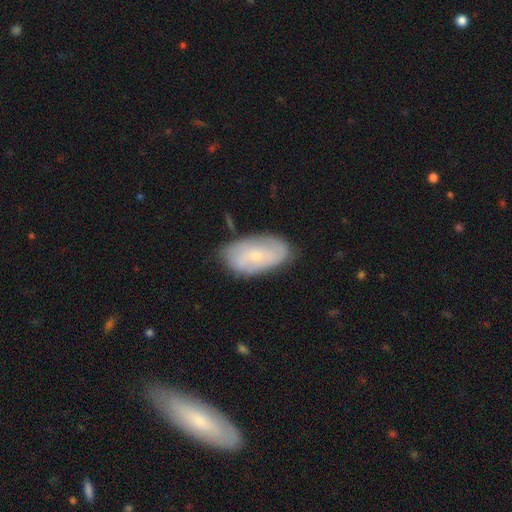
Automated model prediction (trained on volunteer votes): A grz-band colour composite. It shows a featured or disk galaxy (52%). Merging: none (74%).